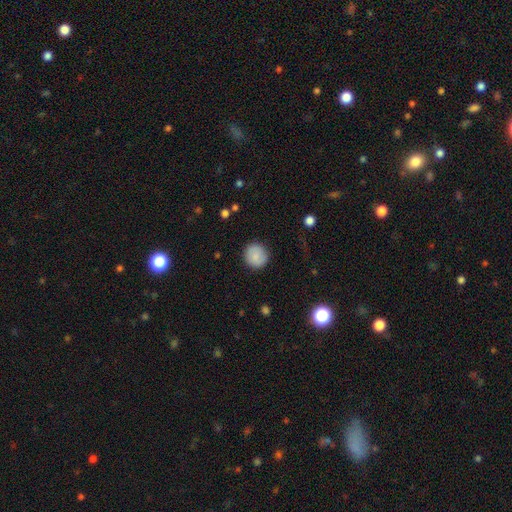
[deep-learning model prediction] This is clearly a smooth galaxy (85%). How rounded: clearly round (92%). Merging: clearly none (89%).